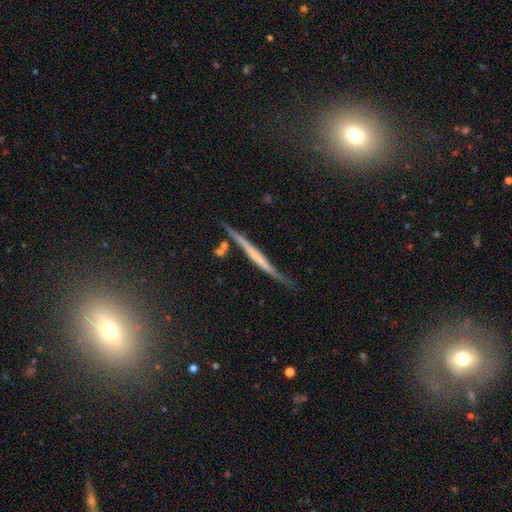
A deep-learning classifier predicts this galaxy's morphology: A featured or disk galaxy (63%) viewed edge-on (93%) with no central bulge (74%).

Vote fractions:
- Smooth or featured? featured or disk: 63% / smooth: 28% / star or artifact: 8%
- Edge-on disk? yes: 93% / no: 7%
- Edge-on bulge? none: 74% / rounded: 15% / boxy: 10%
- Merging? none: 71% / minor disturbance: 19% / major disturbance: 5% / merger: 5%